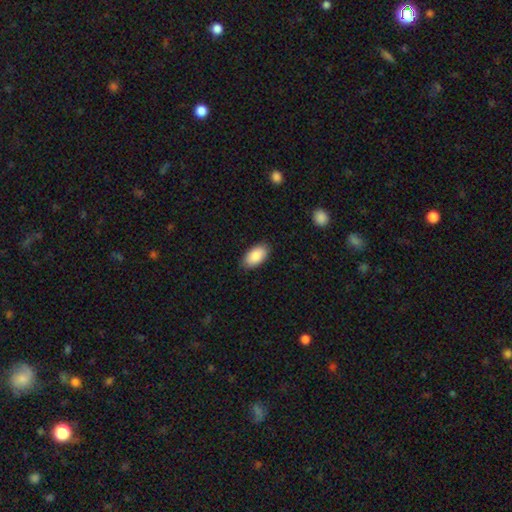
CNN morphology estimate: This is clearly a smooth galaxy (88%). How rounded: clearly in between (95%). Merging: clearly none (88%).